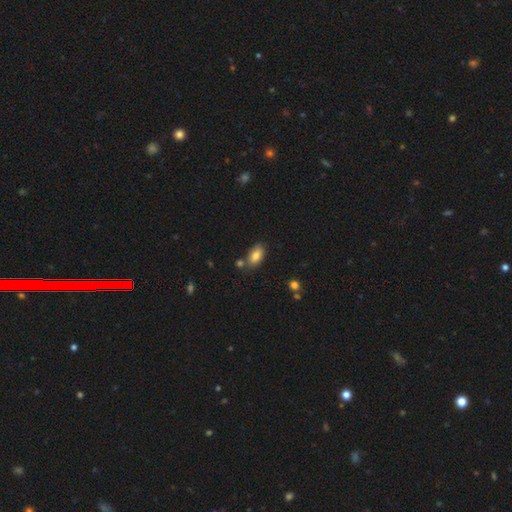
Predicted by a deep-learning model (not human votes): A smooth galaxy with no disk features (83%) that is in between round and cigar-shaped (91%).

Vote fractions:
- Smooth or featured? smooth: 83% / featured or disk: 9% / star or artifact: 8%
- How rounded? in between: 91% / round: 5% / cigar-shaped: 4%
- Merging? none: 69% / minor disturbance: 15% / merger: 13% / major disturbance: 3%